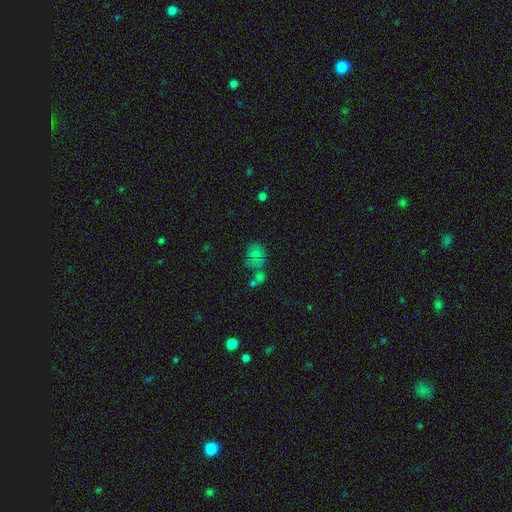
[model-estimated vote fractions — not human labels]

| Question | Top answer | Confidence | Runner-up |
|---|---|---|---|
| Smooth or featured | smooth | 57% | featured or disk (24%) |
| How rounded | round | 66% | in between (33%) |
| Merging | none | 44% | merger (27%) |